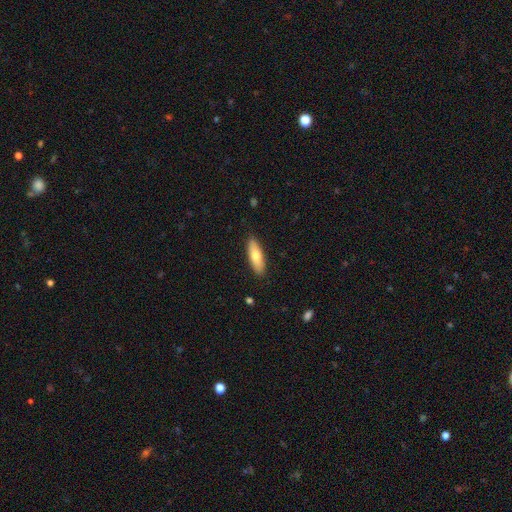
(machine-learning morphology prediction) Smooth or featured? Predicted: smooth (p=0.71). How rounded? Predicted: in between (p=0.52). Merging? Predicted: none (p=0.89).